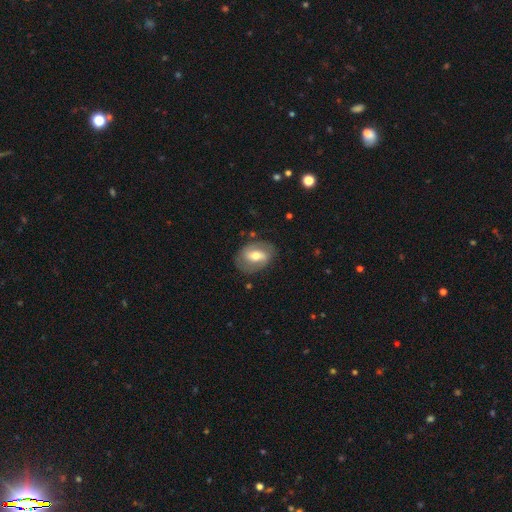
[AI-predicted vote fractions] Q: Smooth or featured?
A: featured or disk (59%); runner-up: smooth (35%)
Q: Edge-on disk?
A: no (94%); runner-up: yes (6%)
Q: Bar?
A: weak (41%); runner-up: strong (34%)
Q: Spiral arms?
A: yes (66%); runner-up: no (34%)
Q: Bulge size?
A: moderate (69%); runner-up: small (19%)
Q: Merging?
A: none (77%); runner-up: minor disturbance (16%)